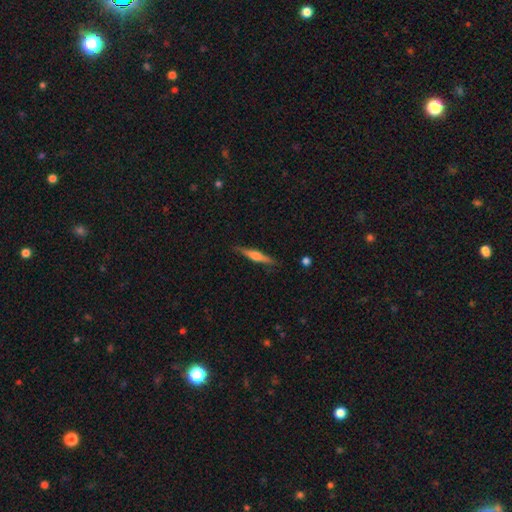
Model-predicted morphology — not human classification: Smooth or featured?
  - featured or disk: 57% *
  - smooth: 37%
  - star or artifact: 6%
Edge-on disk?
  - yes: 97% *
  - no: 3%
Edge-on bulge?
  - rounded: 78% *
  - boxy: 13%
  - none: 9%
Merging?
  - none: 86% *
  - minor disturbance: 10%
  - major disturbance: 2%
  - merger: 1%